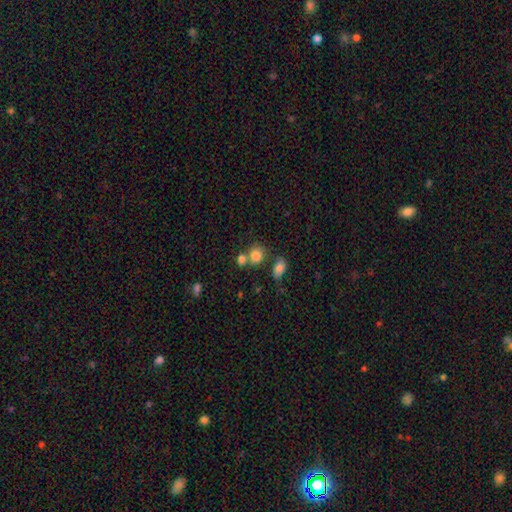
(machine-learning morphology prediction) Q: Smooth or featured?
A: smooth (81%); runner-up: star or artifact (11%)
Q: How rounded?
A: round (70%); runner-up: in between (28%)
Q: Merging?
A: none (51%); runner-up: merger (34%)